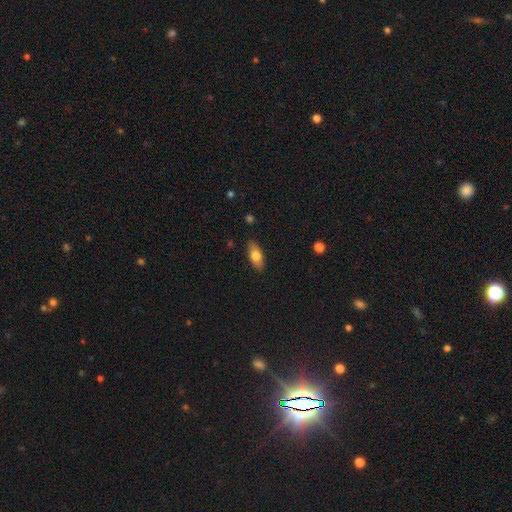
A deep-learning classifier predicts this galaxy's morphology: smooth-or-featured: smooth: 75% | featured or disk: 18% | star or artifact: 7%
  how-rounded: in between: 84% | cigar-shaped: 12% | round: 3%
  merging: none: 86% | minor disturbance: 10% | major disturbance: 2% | merger: 1%